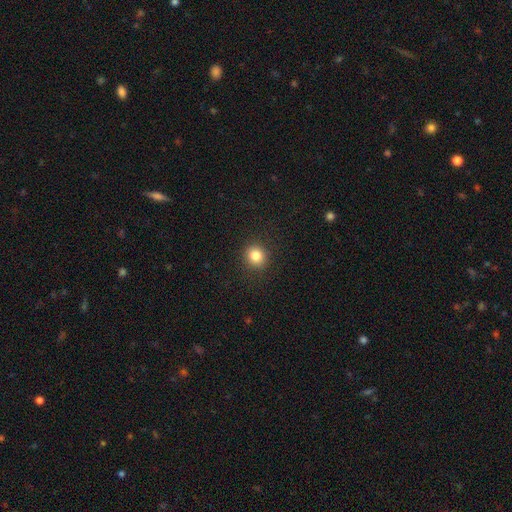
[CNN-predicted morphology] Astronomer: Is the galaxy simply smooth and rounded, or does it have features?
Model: smooth — 84%.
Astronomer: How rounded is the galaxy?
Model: round — 84%.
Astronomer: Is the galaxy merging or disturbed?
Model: none — 91%.